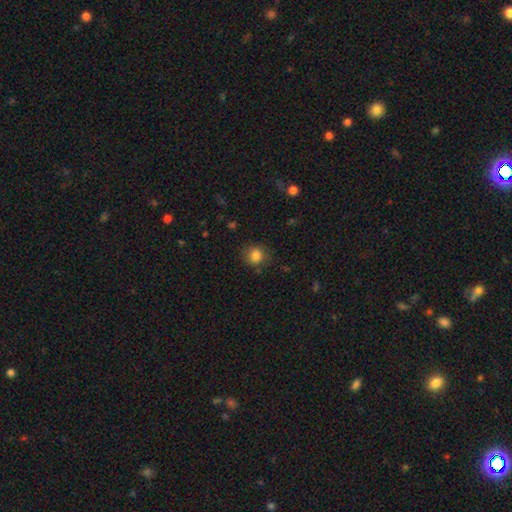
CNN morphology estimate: Overall: smooth (84%). How rounded: round (80%). Merging: none (82%).